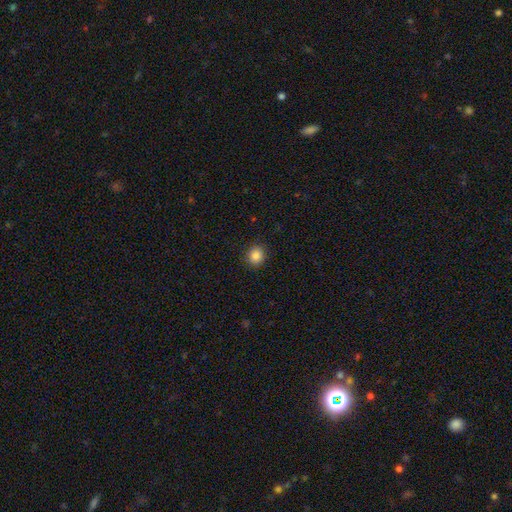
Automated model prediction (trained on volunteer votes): smooth 86%, star or artifact 10%, featured or disk 4%. Down the decision tree: how rounded — round (81%); merging — none (91%).